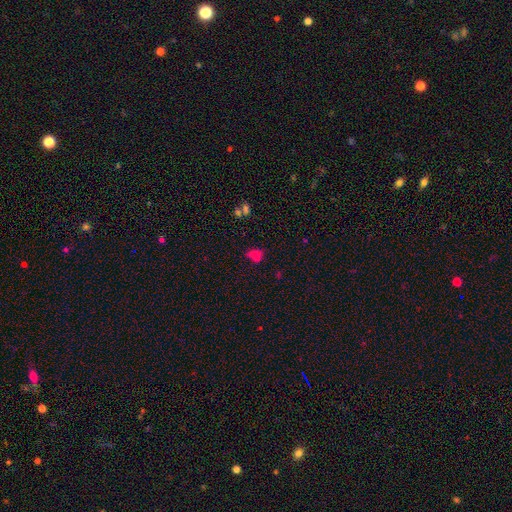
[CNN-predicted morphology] smooth 61%, star or artifact 28%, featured or disk 11%. Down the decision tree: how rounded — in between (64%); merging — none (42%).